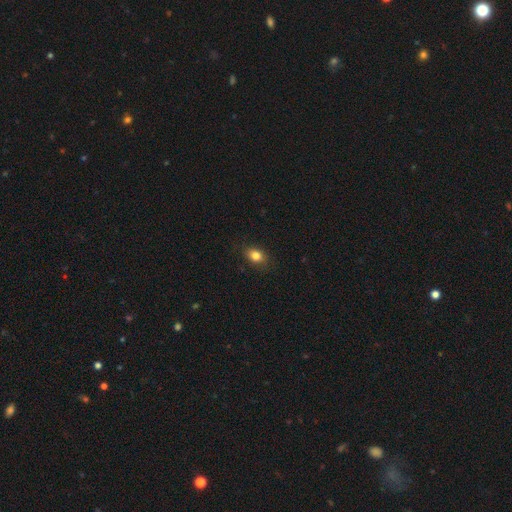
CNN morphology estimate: A smooth galaxy with no disk features (82%) that is in between round and cigar-shaped (69%).

Vote fractions:
- Smooth or featured? smooth: 82% / star or artifact: 10% / featured or disk: 7%
- How rounded? in between: 69% / round: 29% / cigar-shaped: 2%
- Merging? none: 85% / minor disturbance: 12% / major disturbance: 3% / merger: 1%